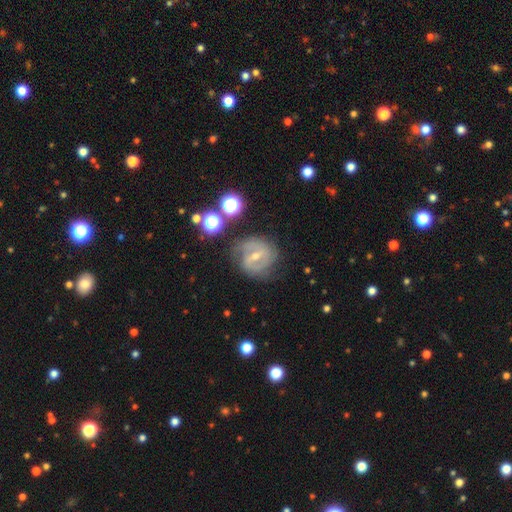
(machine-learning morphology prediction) Smooth or featured: featured or disk — 78% (smooth — 14%)
Edge-on disk: no — 96% (yes — 4%)
Bar: weak — 44% (strong — 42%)
Spiral arms: yes — 86% (no — 14%)
Spiral winding: tight — 45% (medium — 41%)
Spiral arm count: 2 — 61% (can't tell — 22%)
Bulge size: small — 51% (moderate — 46%)
Merging: none — 67% (minor disturbance — 20%)